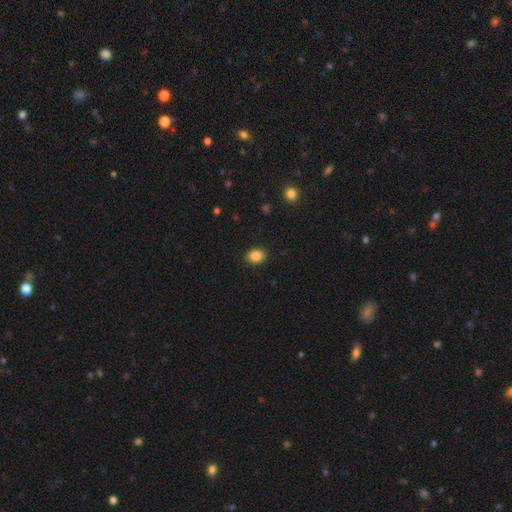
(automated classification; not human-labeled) smooth_or_featured: smooth (p=0.86) [alt: star or artifact p=0.10]
how_rounded: in between (p=0.55) [alt: round p=0.44]
merging: none (p=0.89) [alt: minor disturbance p=0.08]